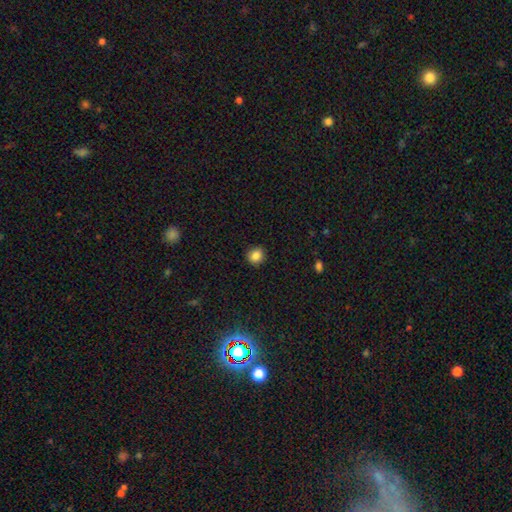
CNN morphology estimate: Overall: smooth (84%). How rounded: round (87%). Merging: none (91%).